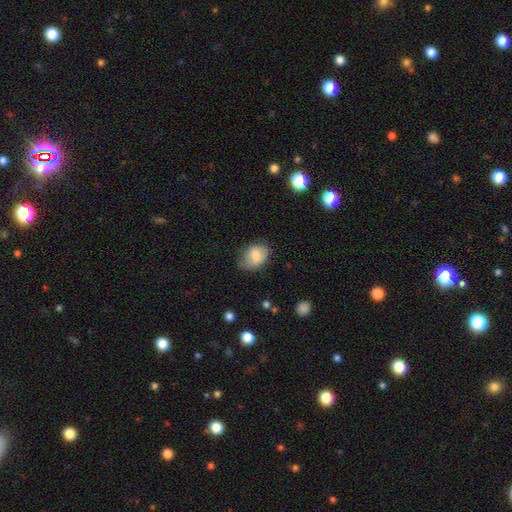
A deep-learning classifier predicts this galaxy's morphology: A smooth galaxy with no disk features (73%) that is in between round and cigar-shaped (73%).

Vote fractions:
- Smooth or featured? smooth: 73% / featured or disk: 19% / star or artifact: 8%
- How rounded? in between: 73% / round: 26% / cigar-shaped: 1%
- Merging? none: 63% / minor disturbance: 29% / major disturbance: 7% / merger: 1%